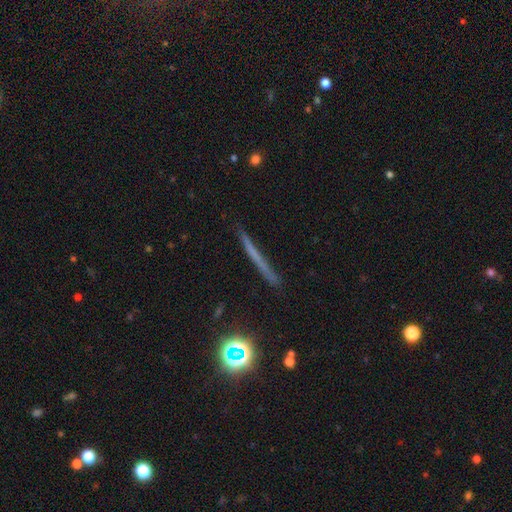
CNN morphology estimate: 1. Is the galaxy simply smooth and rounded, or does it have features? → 44% featured or disk, 41% smooth, 15% star or artifact.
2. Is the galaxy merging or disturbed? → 86% none, 10% minor disturbance, 2% major disturbance, 2% merger.